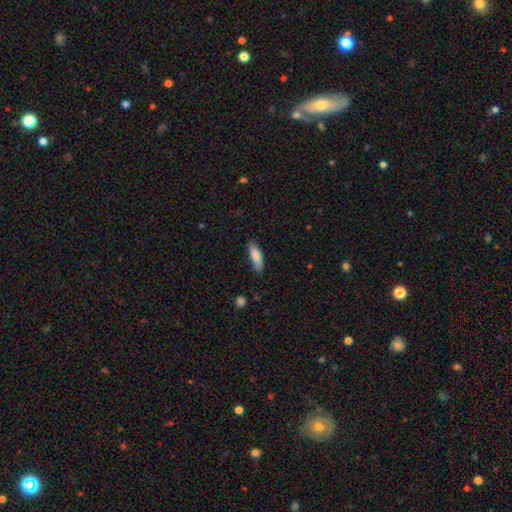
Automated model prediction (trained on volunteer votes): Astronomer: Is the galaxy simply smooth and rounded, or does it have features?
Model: smooth — 83%.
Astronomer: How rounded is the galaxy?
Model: in between — 55% (runner-up: cigar-shaped, 44%).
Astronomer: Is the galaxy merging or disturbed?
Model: none — 82%.